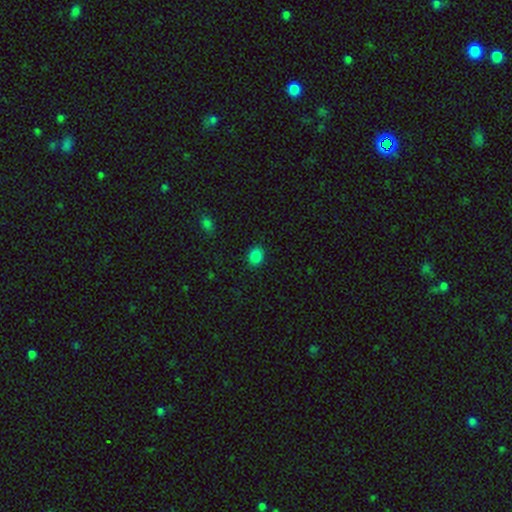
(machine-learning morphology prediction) A smooth galaxy with no disk features (85%) that is round (59%). Merging: none (88%).